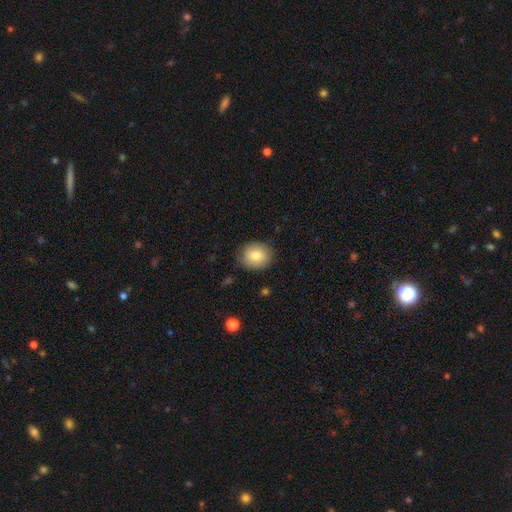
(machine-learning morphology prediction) smooth 81%, featured or disk 11%, star or artifact 8%. Down the decision tree: how rounded — round (68%); merging — none (83%).